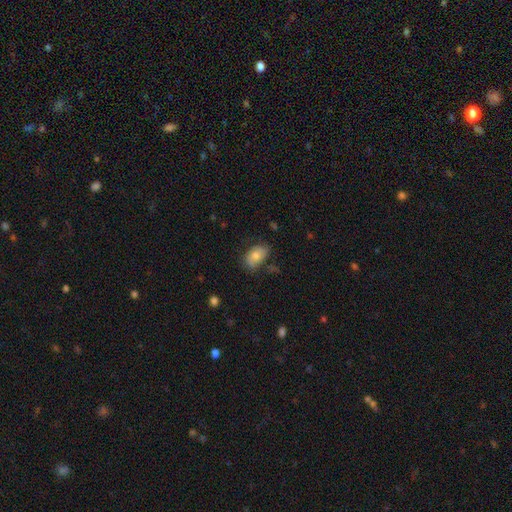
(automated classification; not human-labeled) Smooth or featured? smooth (68%)
How rounded? in between (88%)
Merging? none (68%)